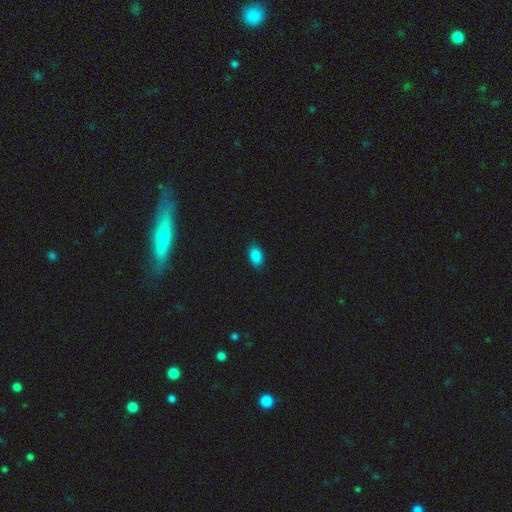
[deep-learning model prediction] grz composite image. It shows a smooth galaxy with no disk features (87%) that is in between round and cigar-shaped (89%). Merging: none (85%).